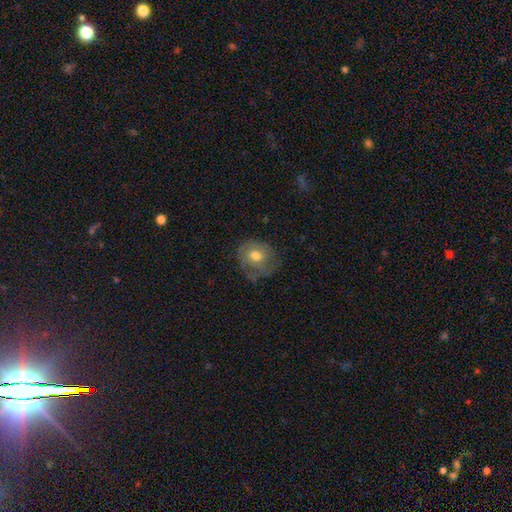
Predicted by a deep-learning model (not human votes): smooth 60%, featured or disk 32%, star or artifact 8%. Down the decision tree: how rounded — round (65%); merging — none (55%).